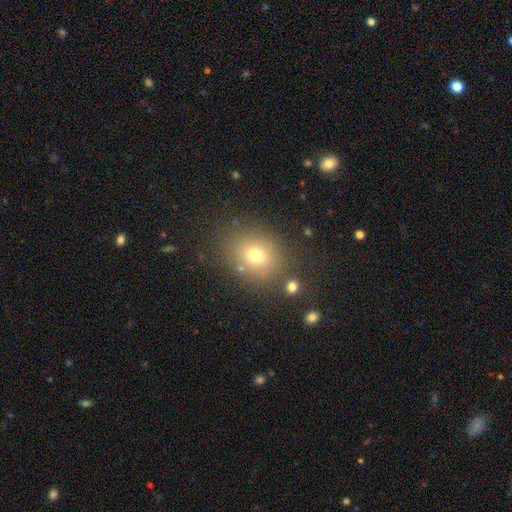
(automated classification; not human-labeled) A smooth galaxy with no disk features (71%) that is round (61%). Merging: none (81%).